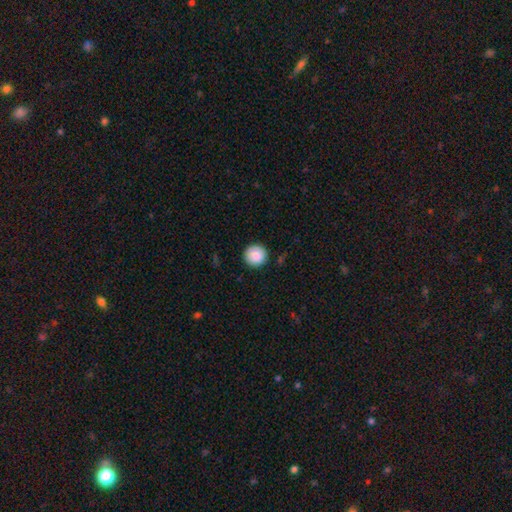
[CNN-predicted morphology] smooth 89%, star or artifact 8%, featured or disk 3%. Down the decision tree: how rounded — round (96%); merging — none (91%).